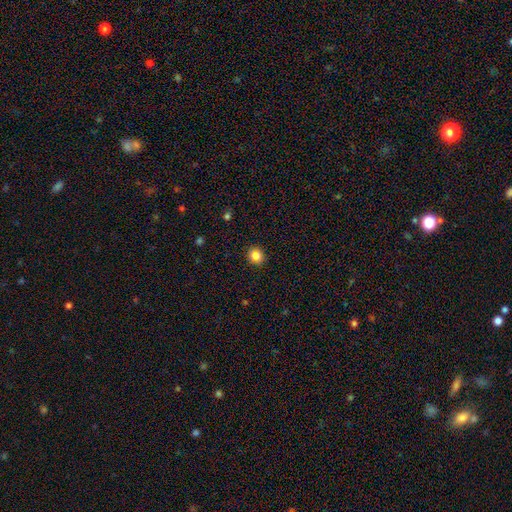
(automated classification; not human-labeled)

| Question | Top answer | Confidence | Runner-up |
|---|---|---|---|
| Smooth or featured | smooth | 86% | star or artifact (10%) |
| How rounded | round | 71% | in between (28%) |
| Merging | none | 89% | minor disturbance (7%) |